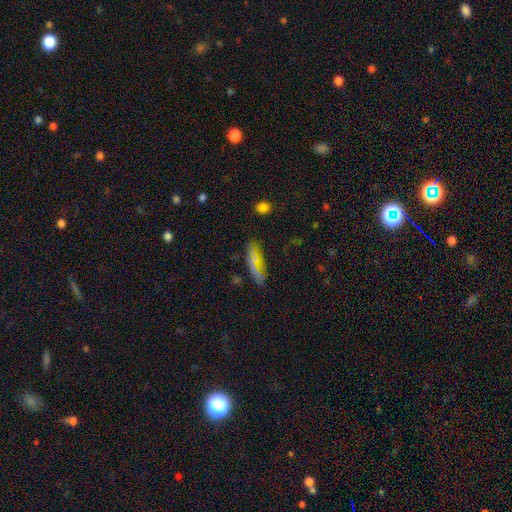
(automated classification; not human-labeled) Smooth or featured?
  - star or artifact: 39% *
  - smooth: 37%
  - featured or disk: 24%